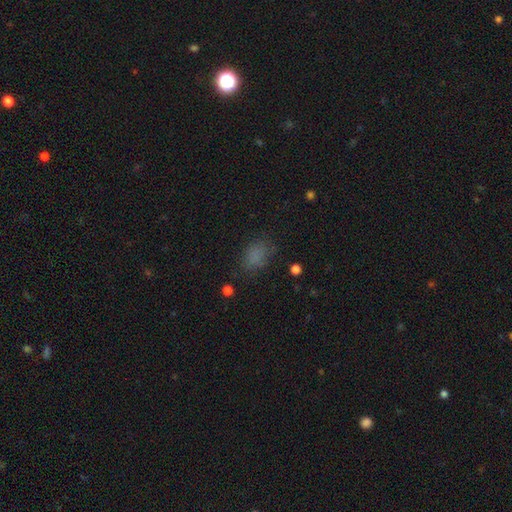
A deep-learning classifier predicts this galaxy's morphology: This appears to be a smooth galaxy with no disk features (76%) that is in between round and cigar-shaped (76%). Merging: none (67%).